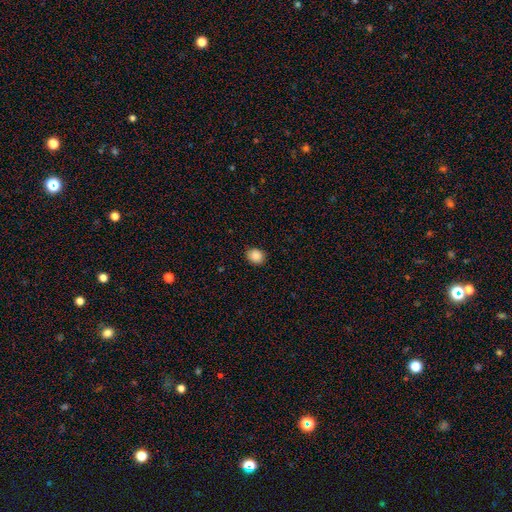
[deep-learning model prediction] Smooth or featured?
  - smooth: 88% *
  - star or artifact: 9%
  - featured or disk: 3%
How rounded?
  - round: 61% *
  - in between: 38%
  - cigar-shaped: 1%
Merging?
  - none: 90% *
  - minor disturbance: 7%
  - major disturbance: 2%
  - merger: 1%